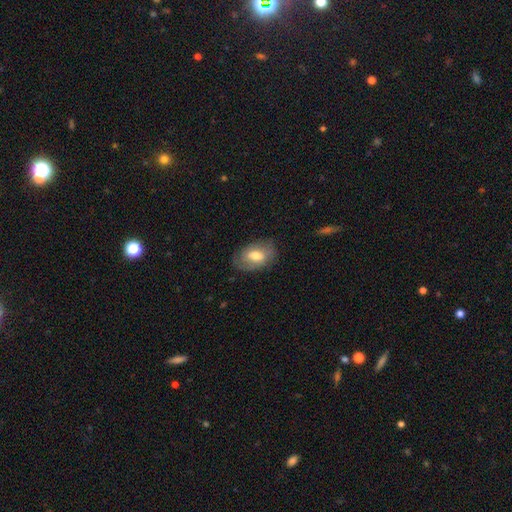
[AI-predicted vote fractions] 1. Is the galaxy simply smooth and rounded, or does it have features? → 63% smooth, 31% featured or disk, 7% star or artifact.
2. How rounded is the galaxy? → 88% in between, 10% round, 2% cigar-shaped.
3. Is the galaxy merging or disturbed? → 73% none, 20% minor disturbance, 6% major disturbance, 1% merger.